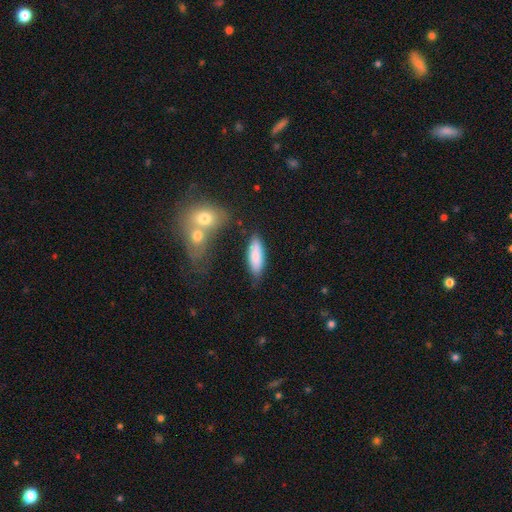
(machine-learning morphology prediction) Smooth or featured: smooth — 83% (featured or disk — 11%)
How rounded: in between — 58% (cigar-shaped — 40%)
Merging: none — 77% (minor disturbance — 14%)